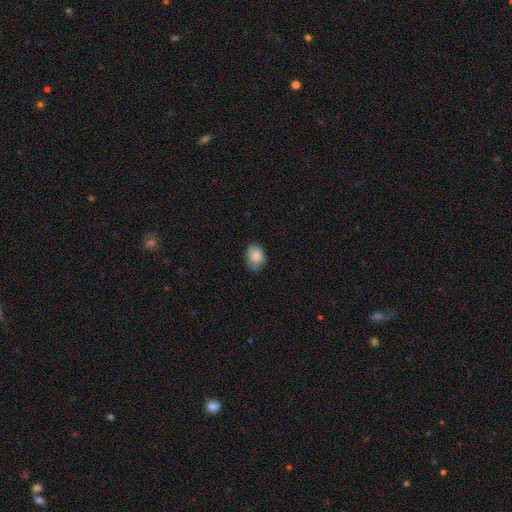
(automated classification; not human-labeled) Q: Smooth or featured?
A: smooth (85%); runner-up: star or artifact (8%)
Q: How rounded?
A: in between (63%); runner-up: round (36%)
Q: Merging?
A: none (70%); runner-up: minor disturbance (25%)